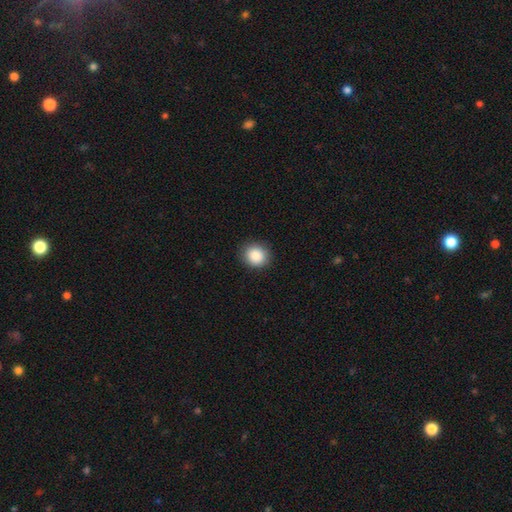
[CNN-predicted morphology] Smooth or featured?
  - smooth: 88% *
  - star or artifact: 8%
  - featured or disk: 3%
How rounded?
  - round: 82% *
  - in between: 17%
  - cigar-shaped: 1%
Merging?
  - none: 89% *
  - minor disturbance: 8%
  - major disturbance: 2%
  - merger: 1%